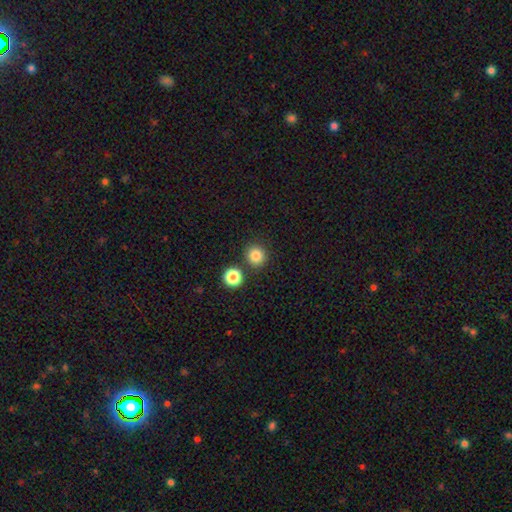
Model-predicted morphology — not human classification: A smooth galaxy with no disk features (84%) that is round (93%).

Vote fractions:
- Smooth or featured? smooth: 84% / star or artifact: 12% / featured or disk: 5%
- How rounded? round: 93% / in between: 6% / cigar-shaped: 1%
- Merging? none: 83% / merger: 8% / minor disturbance: 7% / major disturbance: 2%